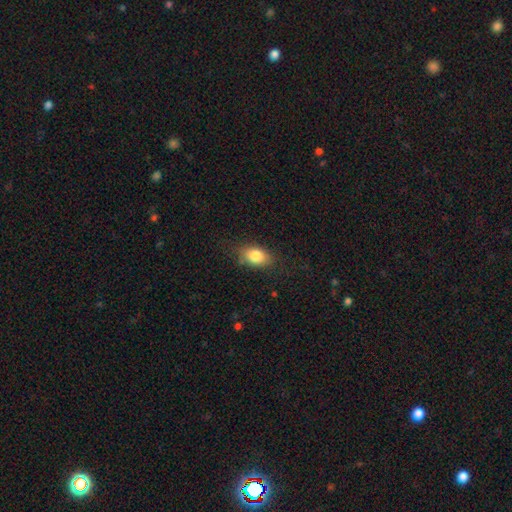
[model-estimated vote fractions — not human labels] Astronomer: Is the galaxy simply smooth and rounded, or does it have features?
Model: smooth — 83%.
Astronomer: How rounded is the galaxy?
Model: in between — 83%.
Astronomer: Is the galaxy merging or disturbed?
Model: none — 76%.